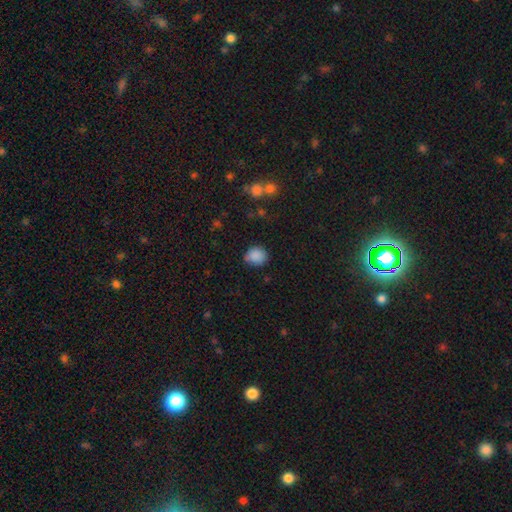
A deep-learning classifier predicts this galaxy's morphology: A smooth galaxy with no disk features (87%) that is round (73%).

Vote fractions:
- Smooth or featured? smooth: 87% / star or artifact: 9% / featured or disk: 4%
- How rounded? round: 73% / in between: 26% / cigar-shaped: 1%
- Merging? none: 73% / minor disturbance: 20% / major disturbance: 4% / merger: 3%